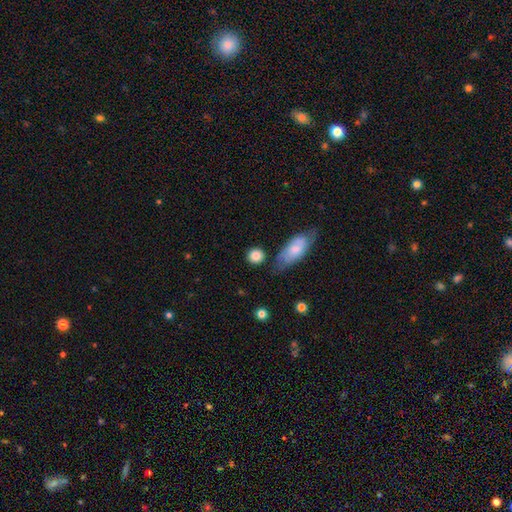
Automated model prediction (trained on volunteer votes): Smooth or featured? smooth (85%)
How rounded? round (86%)
Merging? none (76%)